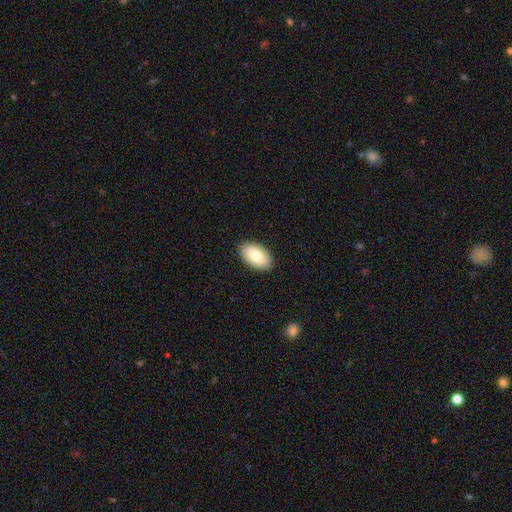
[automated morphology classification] Smooth or featured? Predicted: smooth (p=0.80). How rounded? Predicted: in between (p=0.95). Merging? Predicted: none (p=0.89).